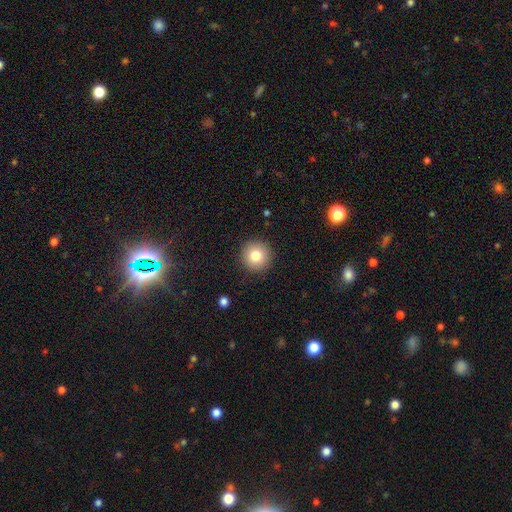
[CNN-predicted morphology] Smooth or featured? Predicted: smooth (p=0.80). How rounded? Predicted: round (p=0.95). Merging? Predicted: none (p=0.92).